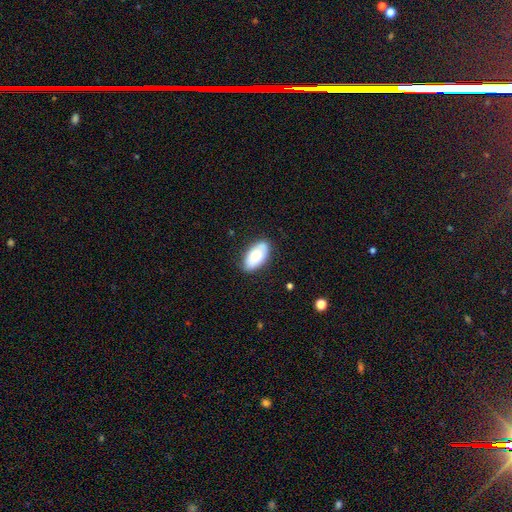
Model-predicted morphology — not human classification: A smooth galaxy with no disk features (71%) that is in between round and cigar-shaped (94%). Merging: none (83%).